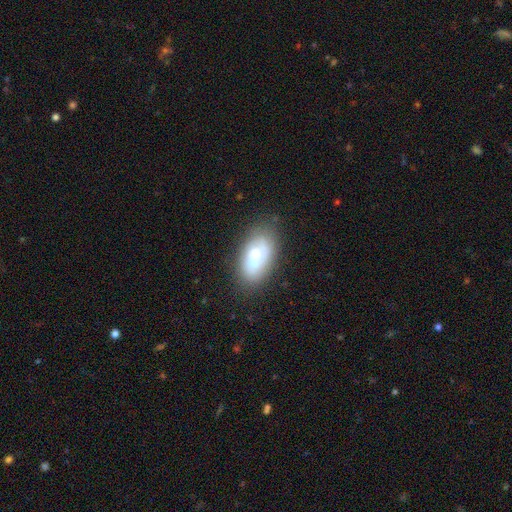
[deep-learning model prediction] smooth 53%, featured or disk 39%, star or artifact 8%. Down the decision tree: how rounded — in between (91%); merging — none (77%).